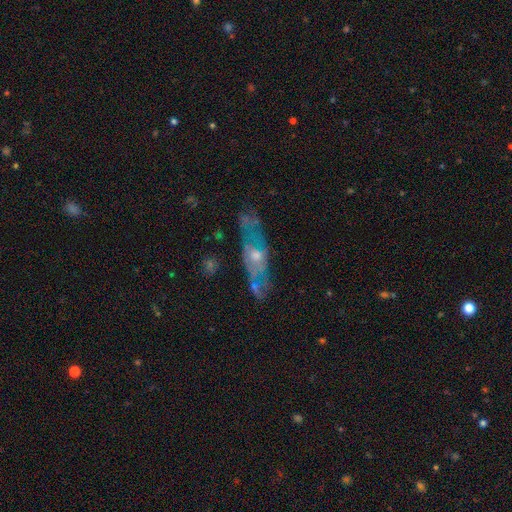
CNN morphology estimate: This appears to be a featured or disk galaxy (71%). Merging: none (68%).